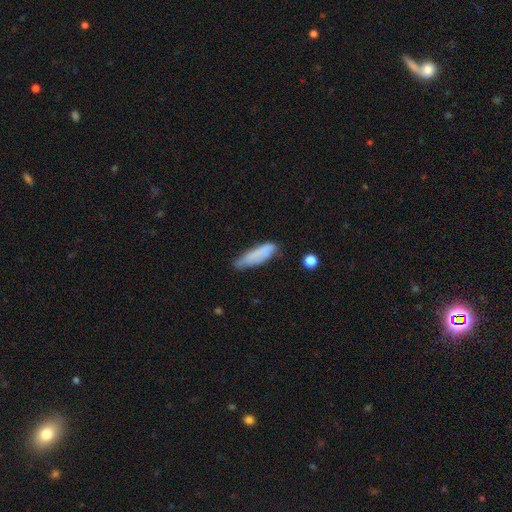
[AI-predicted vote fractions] Smooth or featured? smooth (79%)
How rounded? cigar-shaped (64%)
Merging? none (57%)